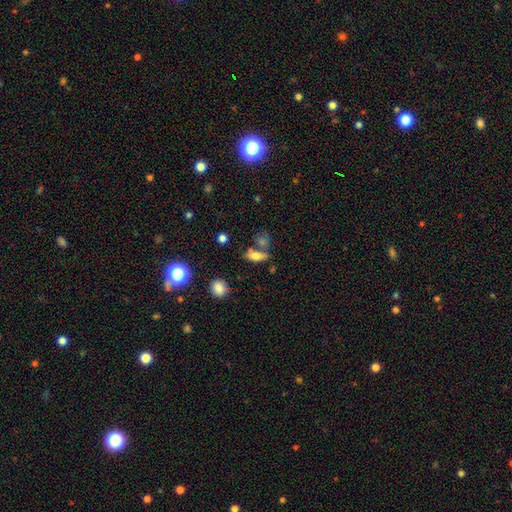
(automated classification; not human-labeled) The model was most divided on "how rounded": in between: 60%, cigar-shaped: 33%, round: 8%. More confident: smooth or featured — smooth (64%); merging — none (59%).